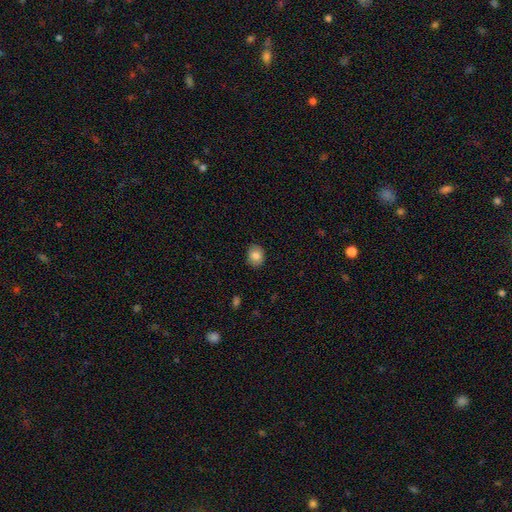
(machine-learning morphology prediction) This appears to be a smooth galaxy with no disk features (84%) that is round (52%). Merging: none (87%).